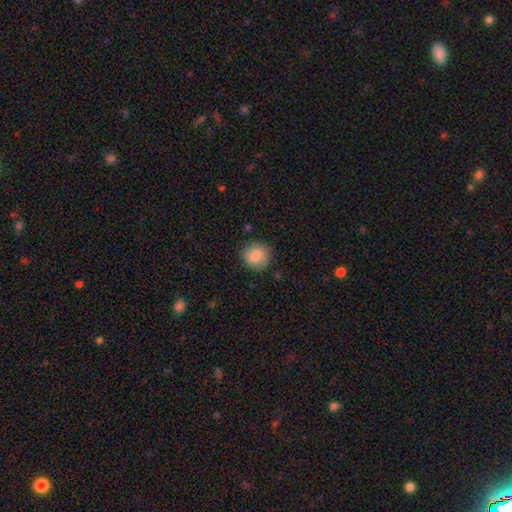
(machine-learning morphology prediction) smooth 82%, featured or disk 11%, star or artifact 8%. Down the decision tree: how rounded — round (91%); merging — none (85%).